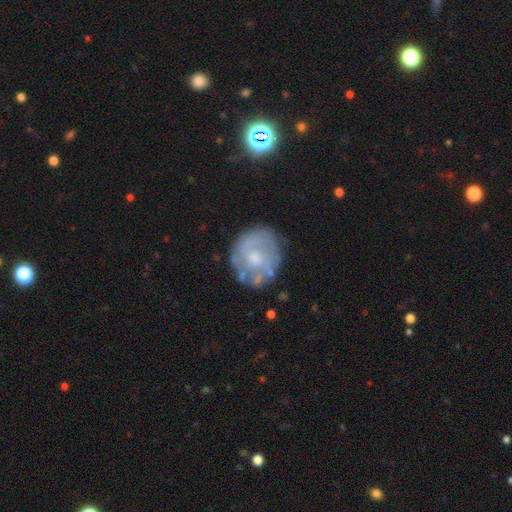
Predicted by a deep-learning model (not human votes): smooth_or_featured: featured or disk (p=0.60) [alt: smooth p=0.31]
disk_edge_on: no (p=0.97) [alt: yes p=0.03]
bar: no (p=0.79) [alt: weak p=0.18]
has_spiral_arms: no (p=0.51) [alt: yes p=0.49]
bulge_size: moderate (p=0.47) [alt: small p=0.43]
merging: none (p=0.71) [alt: minor disturbance p=0.19]